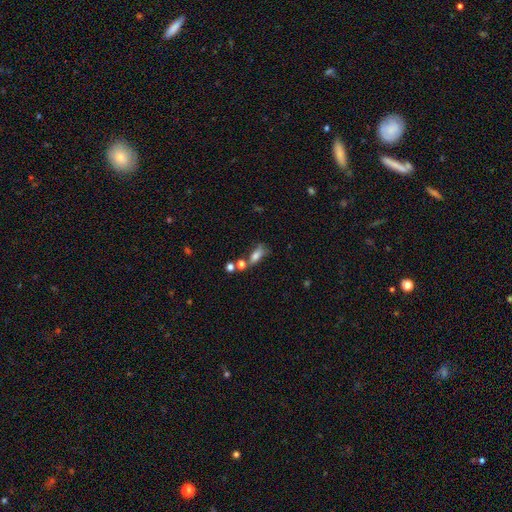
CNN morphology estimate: Overall: smooth (68%). How rounded: in between (64%; cigar-shaped 27%). Merging: none (43%; merger 26%).